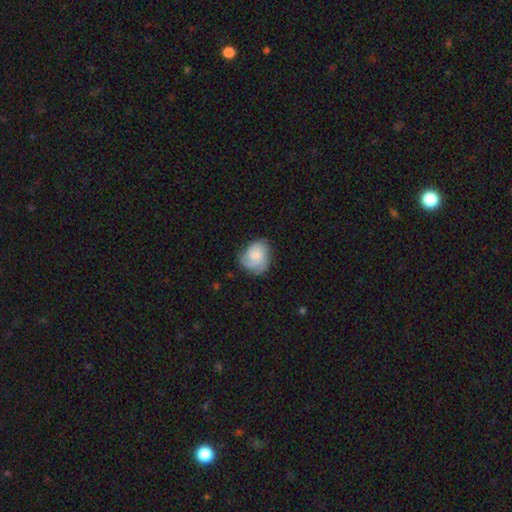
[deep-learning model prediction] A smooth galaxy with no disk features (47%).

Vote fractions:
- Smooth or featured? smooth: 47% / featured or disk: 46% / star or artifact: 7%
- Merging? none: 59% / minor disturbance: 28% / major disturbance: 11% / merger: 1%